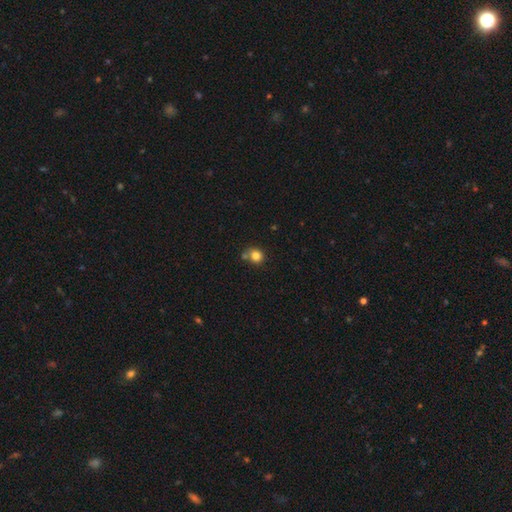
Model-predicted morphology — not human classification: Smooth or featured: smooth — 82% (star or artifact — 11%)
How rounded: round — 83% (in between — 16%)
Merging: none — 62% (merger — 21%)